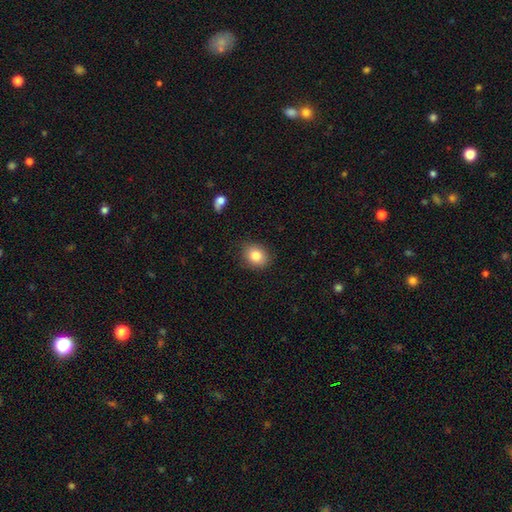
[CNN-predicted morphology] A smooth galaxy with no disk features (83%) that is round (55%).

Vote fractions:
- Smooth or featured? smooth: 83% / star or artifact: 9% / featured or disk: 8%
- How rounded? round: 55% / in between: 44% / cigar-shaped: 1%
- Merging? none: 85% / minor disturbance: 12% / major disturbance: 3% / merger: 1%